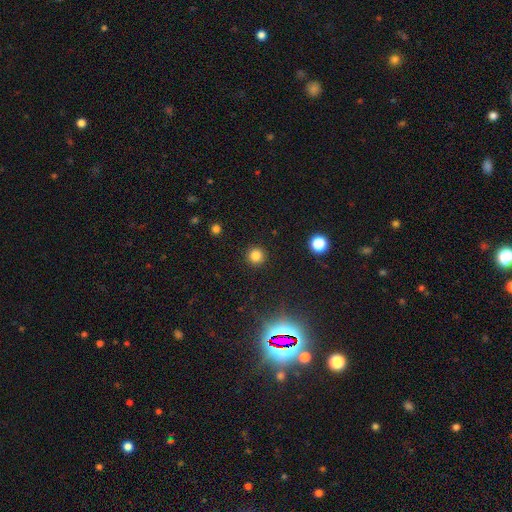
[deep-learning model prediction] smooth 80%, star or artifact 15%, featured or disk 5%. Down the decision tree: how rounded — round (95%); merging — none (92%).